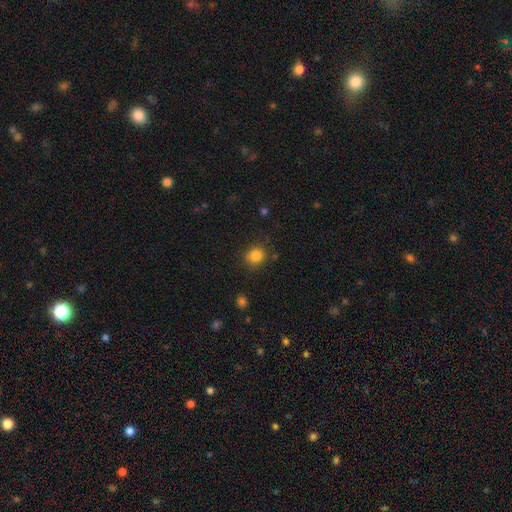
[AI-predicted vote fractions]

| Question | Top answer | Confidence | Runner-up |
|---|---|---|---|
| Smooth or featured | smooth | 84% | star or artifact (11%) |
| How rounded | round | 77% | in between (22%) |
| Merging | none | 82% | minor disturbance (12%) |